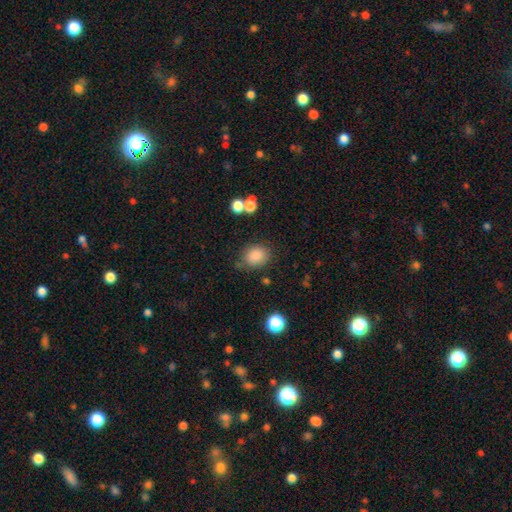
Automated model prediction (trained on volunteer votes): smooth-or-featured: smooth: 85% | star or artifact: 10% | featured or disk: 5%
  how-rounded: in between: 51% | round: 48% | cigar-shaped: 1%
  merging: none: 75% | minor disturbance: 16% | major disturbance: 5% | merger: 5%